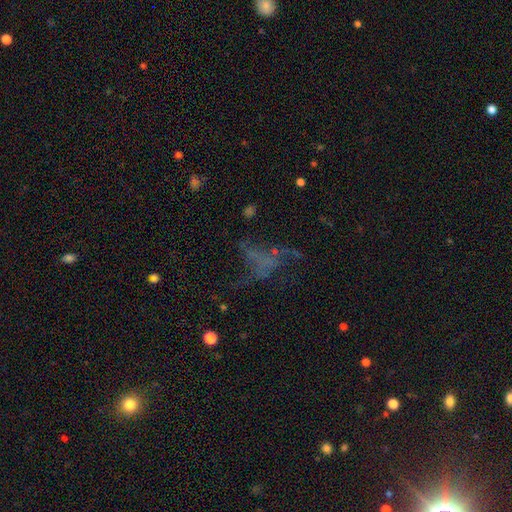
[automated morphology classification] A star or artifact, not a galaxy (42%).